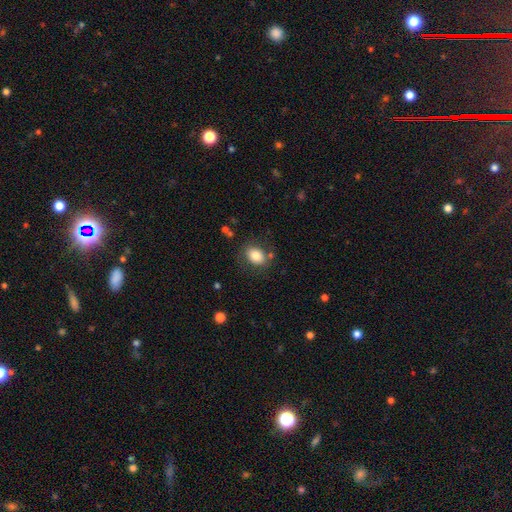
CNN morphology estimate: smooth_or_featured: smooth (p=0.82) [alt: featured or disk p=0.09]
how_rounded: in between (p=0.61) [alt: round p=0.38]
merging: none (p=0.78) [alt: minor disturbance p=0.13]